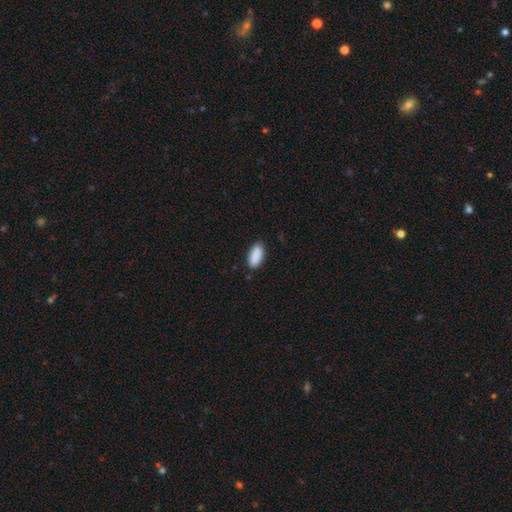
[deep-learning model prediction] smooth-or-featured: smooth: 91% | star or artifact: 6% | featured or disk: 3%
  how-rounded: in between: 91% | cigar-shaped: 7% | round: 2%
  merging: none: 86% | minor disturbance: 10% | major disturbance: 2% | merger: 1%